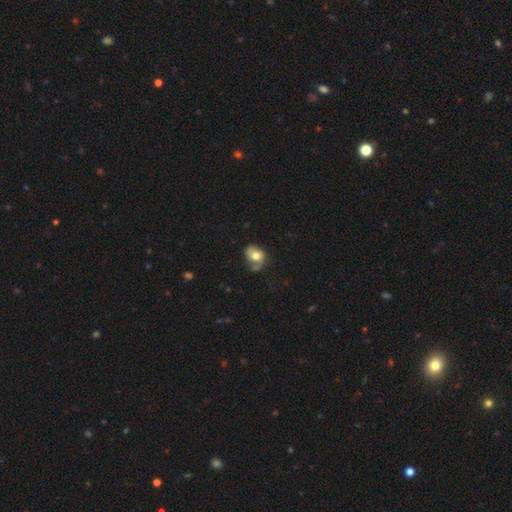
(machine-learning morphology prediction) Overall: smooth (58%; featured or disk 34%). How rounded: in between (57%; round 42%). Merging: none (45%; minor disturbance 32%).